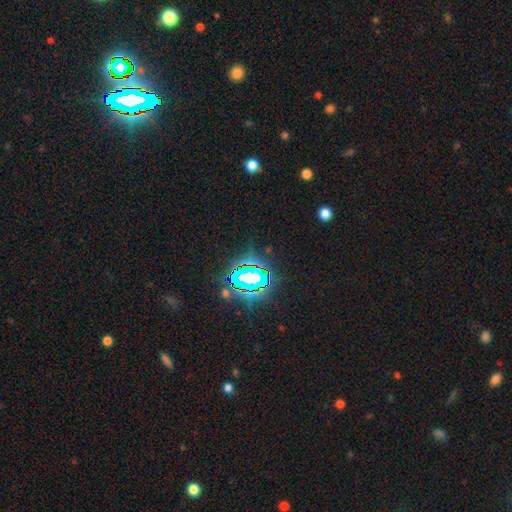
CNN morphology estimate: type=star or artifact (83%).